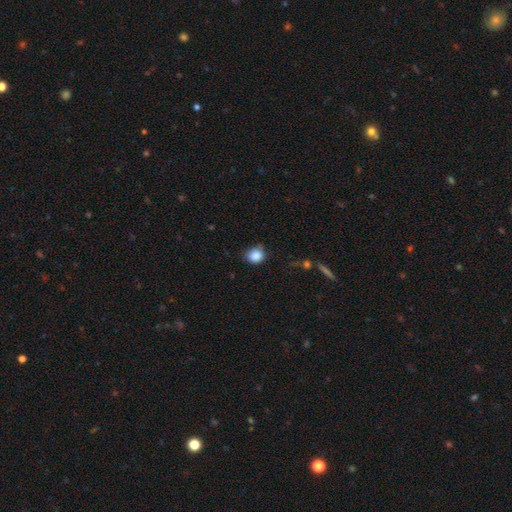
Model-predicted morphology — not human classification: Q: Smooth or featured?
A: smooth (87%); runner-up: star or artifact (9%)
Q: How rounded?
A: round (77%); runner-up: in between (22%)
Q: Merging?
A: none (68%); runner-up: minor disturbance (25%)